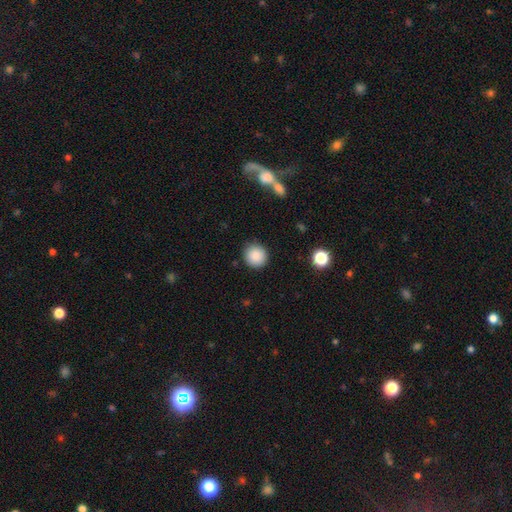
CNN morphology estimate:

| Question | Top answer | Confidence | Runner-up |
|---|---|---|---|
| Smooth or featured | smooth | 88% | star or artifact (9%) |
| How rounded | round | 93% | in between (6%) |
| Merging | none | 89% | minor disturbance (7%) |